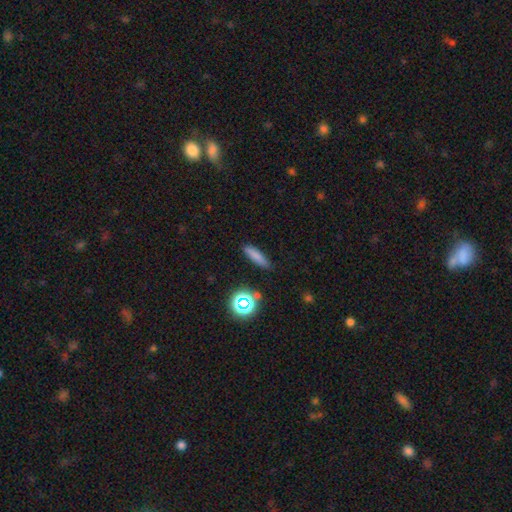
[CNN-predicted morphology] smooth 75%, star or artifact 14%, featured or disk 11%. Down the decision tree: how rounded — cigar-shaped (75%); merging — none (84%).